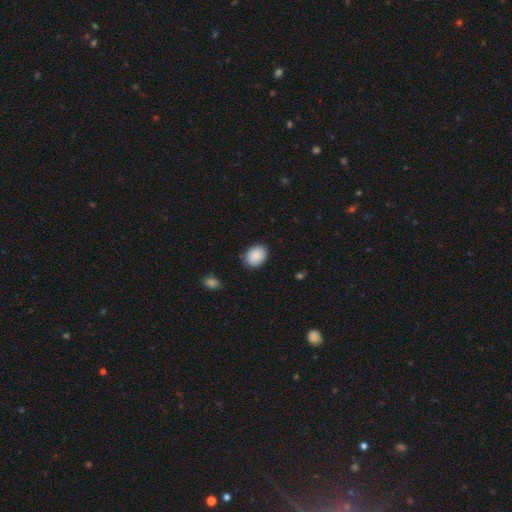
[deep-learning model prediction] A smooth galaxy with no disk features (89%) that is in between round and cigar-shaped (63%). Merging: none (83%).